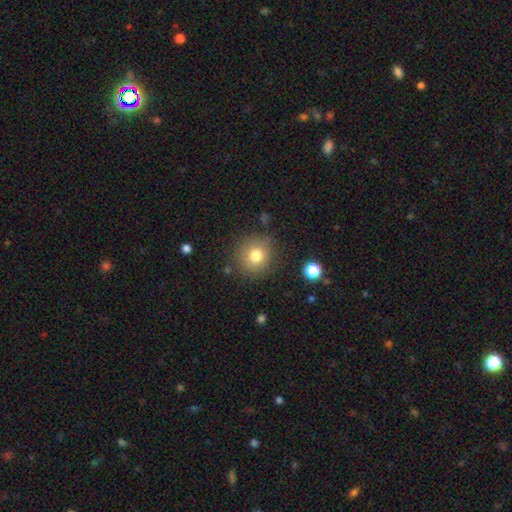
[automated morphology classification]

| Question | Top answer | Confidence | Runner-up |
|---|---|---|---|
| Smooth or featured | smooth | 79% | star or artifact (12%) |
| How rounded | round | 91% | in between (8%) |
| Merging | none | 85% | minor disturbance (10%) |